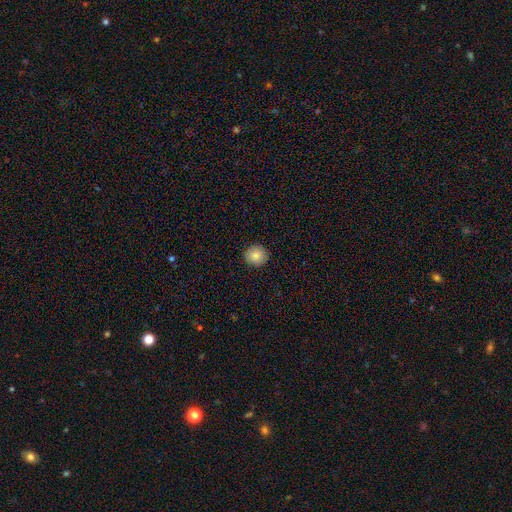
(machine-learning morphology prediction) Smooth or featured? Predicted: smooth (p=0.85). How rounded? Predicted: round (p=0.90). Merging? Predicted: none (p=0.91).